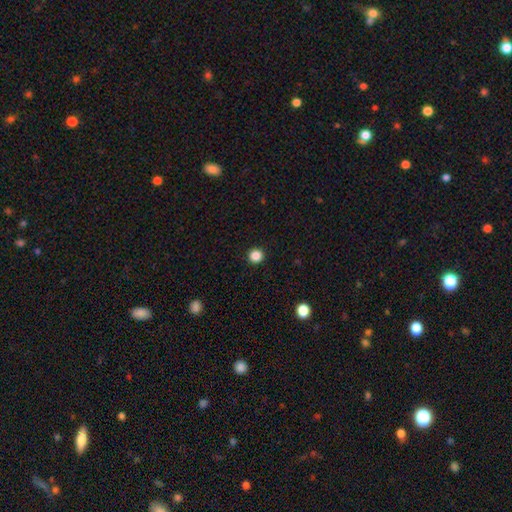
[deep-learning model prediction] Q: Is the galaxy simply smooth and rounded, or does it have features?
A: smooth — 86%.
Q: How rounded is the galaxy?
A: round — 95%.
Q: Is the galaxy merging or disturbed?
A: none — 94%.